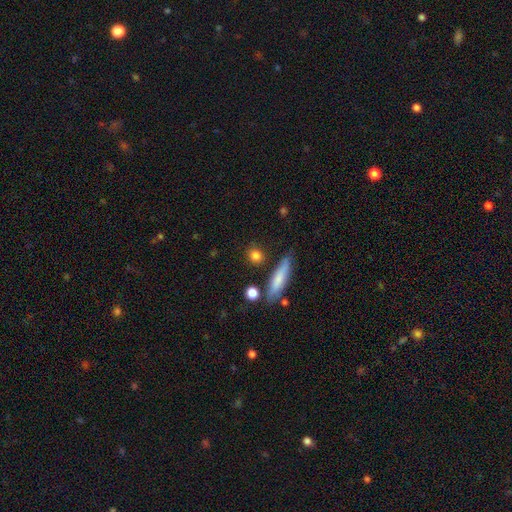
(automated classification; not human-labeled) Smooth or featured? Predicted: smooth (p=0.81). How rounded? Predicted: round (p=0.65). Merging? Predicted: none (p=0.81).